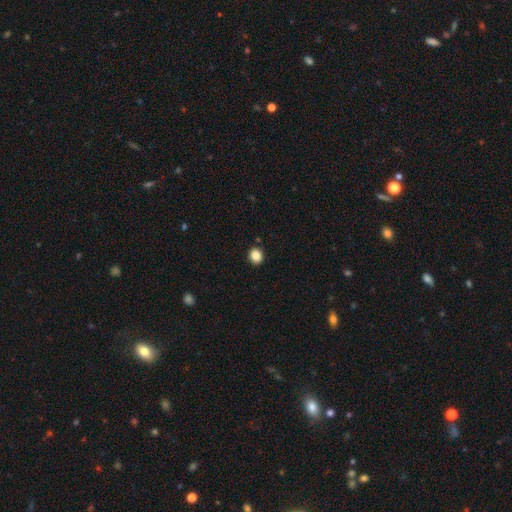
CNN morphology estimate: Smooth or featured?
  - smooth: 86% *
  - star or artifact: 10%
  - featured or disk: 4%
How rounded?
  - round: 75% *
  - in between: 24%
  - cigar-shaped: 1%
Merging?
  - none: 90% *
  - minor disturbance: 6%
  - merger: 2%
  - major disturbance: 2%